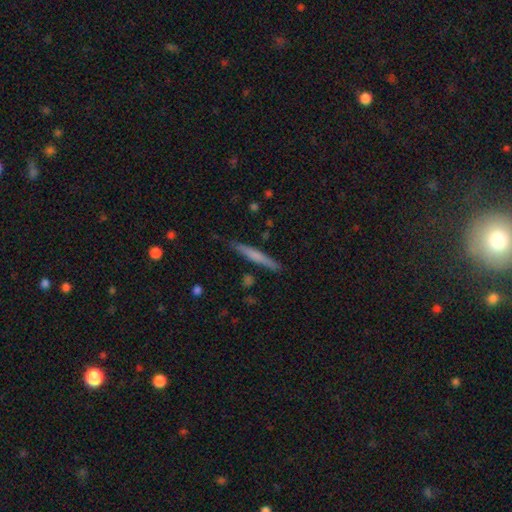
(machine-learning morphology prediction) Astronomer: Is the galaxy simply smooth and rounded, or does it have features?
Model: smooth — 55% (runner-up: featured or disk, 39%).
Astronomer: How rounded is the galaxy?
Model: cigar-shaped — 96%.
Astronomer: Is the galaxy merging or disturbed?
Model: none — 87%.